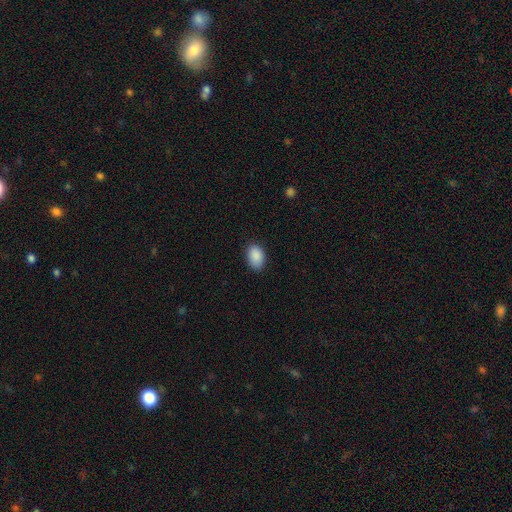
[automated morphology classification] smooth 90%, star or artifact 7%, featured or disk 3%. Down the decision tree: how rounded — in between (88%); merging — none (83%).